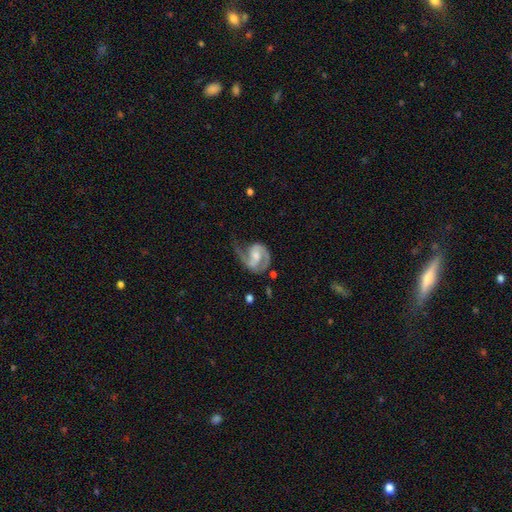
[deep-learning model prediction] A featured or disk galaxy (85%) with a weak bar (47%), 2 (74%) medium (50%) spiral arms (96%) and a moderate central bulge (45%). Merging: none (46%).